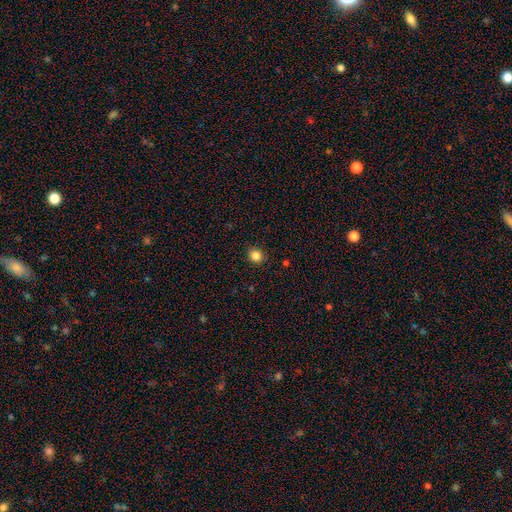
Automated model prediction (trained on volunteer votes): Morphology: type=smooth (85%); roundness=round (83%); merging=none (90%).